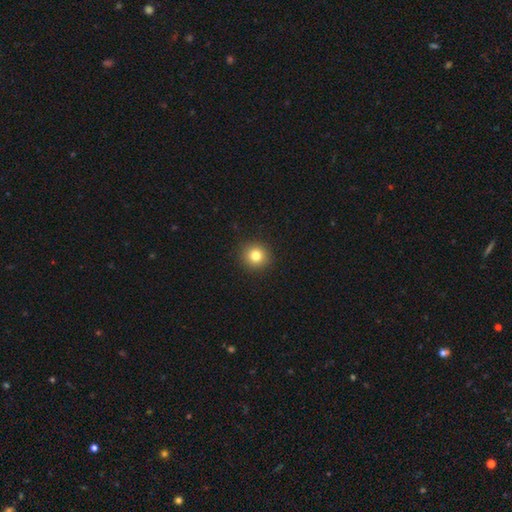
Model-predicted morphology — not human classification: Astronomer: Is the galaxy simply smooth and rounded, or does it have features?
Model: smooth — 81%.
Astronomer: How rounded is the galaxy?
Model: round — 93%.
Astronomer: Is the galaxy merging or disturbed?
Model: none — 92%.